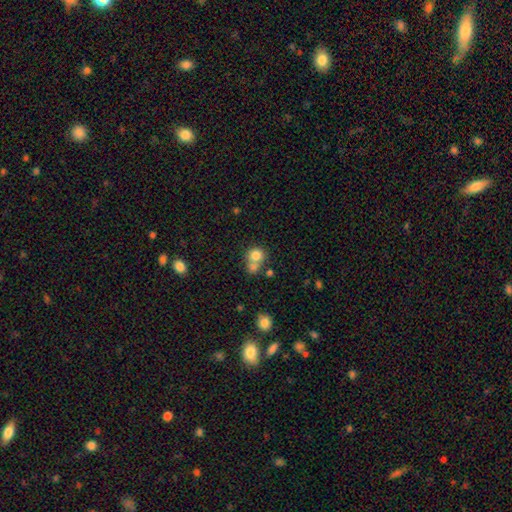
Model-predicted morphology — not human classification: smooth 79%, star or artifact 11%, featured or disk 10%. Down the decision tree: how rounded — round (79%); merging — merger (48%).